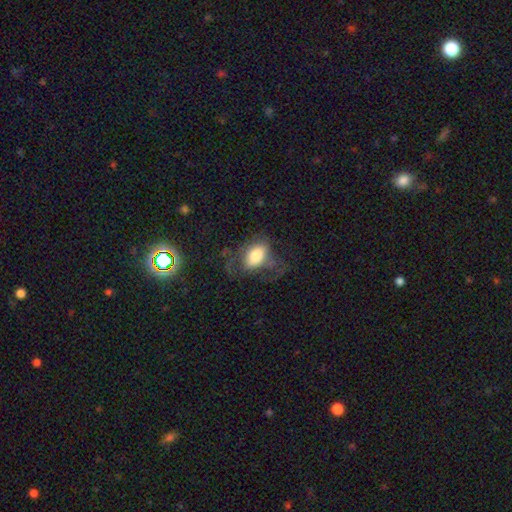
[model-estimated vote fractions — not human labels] Smooth or featured?
  - smooth: 66% *
  - featured or disk: 25%
  - star or artifact: 9%
How rounded?
  - in between: 87% *
  - round: 11%
  - cigar-shaped: 2%
Merging?
  - major disturbance: 39% *
  - none: 36%
  - minor disturbance: 23%
  - merger: 3%